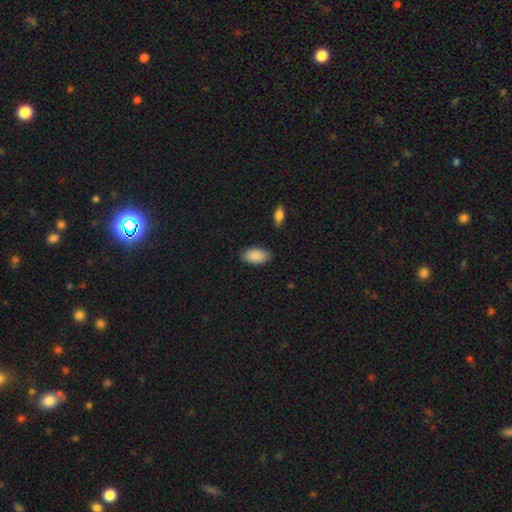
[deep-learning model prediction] This is clearly a smooth galaxy (90%). How rounded: clearly in between (94%). Merging: clearly none (87%).